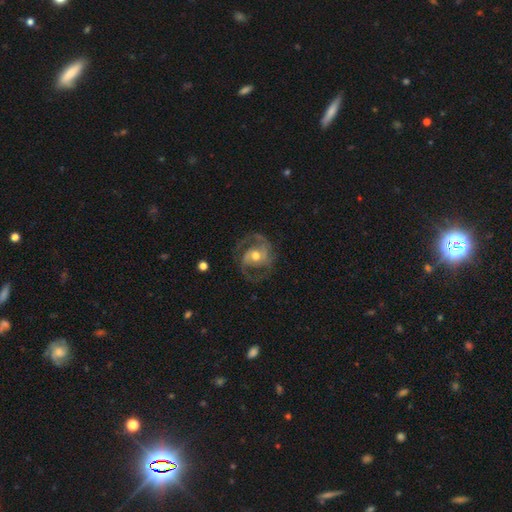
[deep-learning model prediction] The model was most divided on "bar": no: 53%, weak: 35%, strong: 13%. More confident: edge-on disk — no (98%); spiral arms — yes (95%); smooth or featured — featured or disk (87%); spiral arm count — 2 (80%); bulge size — moderate (74%); merging — none (71%); spiral winding — medium (53%).